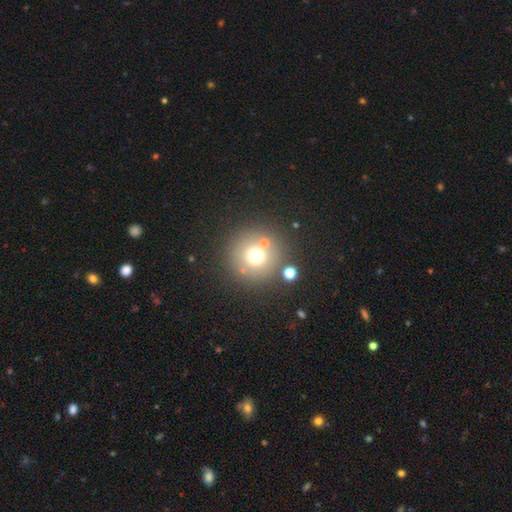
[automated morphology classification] This appears to be a smooth galaxy with no disk features (68%) that is round (95%). Merging: none (79%).